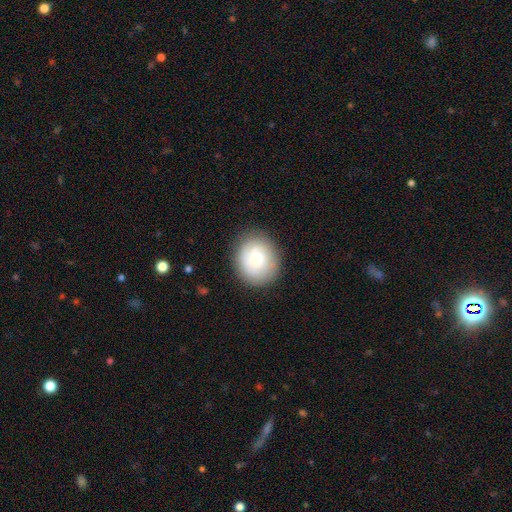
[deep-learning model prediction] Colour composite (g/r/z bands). It shows a smooth galaxy with no disk features (70%) that is round (71%). Merging: none (82%).